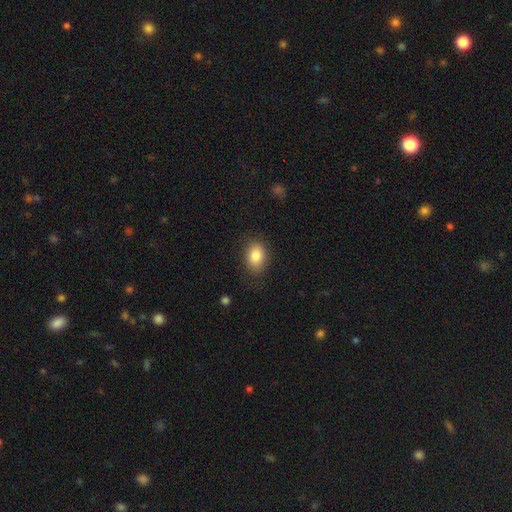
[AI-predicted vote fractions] A smooth galaxy with no disk features (85%) that is in between round and cigar-shaped (72%).

Vote fractions:
- Smooth or featured? smooth: 85% / star or artifact: 8% / featured or disk: 7%
- How rounded? in between: 72% / round: 27% / cigar-shaped: 1%
- Merging? none: 79% / minor disturbance: 15% / major disturbance: 4% / merger: 1%